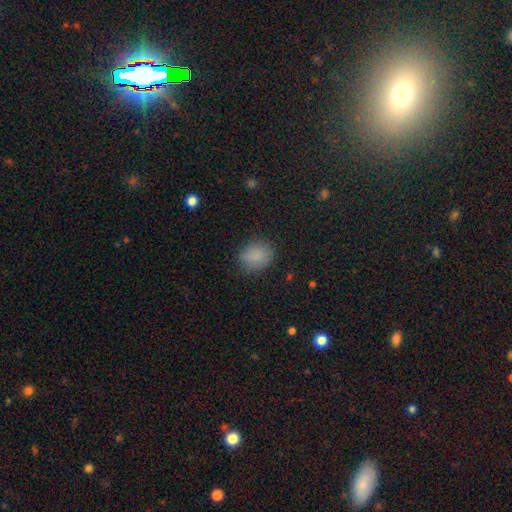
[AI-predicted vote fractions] Morphology: type=smooth (86%); roundness=round (61%); merging=none (83%).